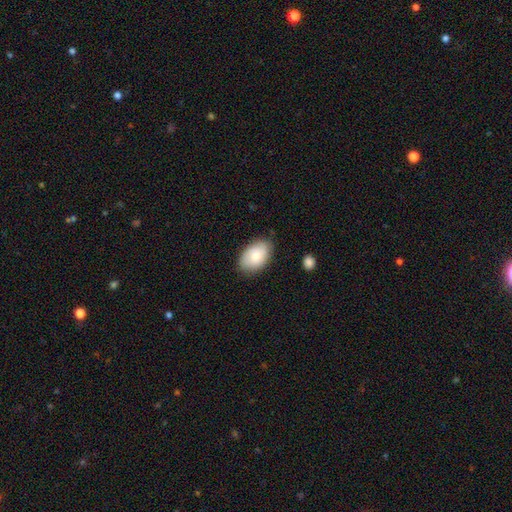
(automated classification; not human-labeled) A smooth galaxy with no disk features (77%) that is in between round and cigar-shaped (91%). Merging: none (81%).